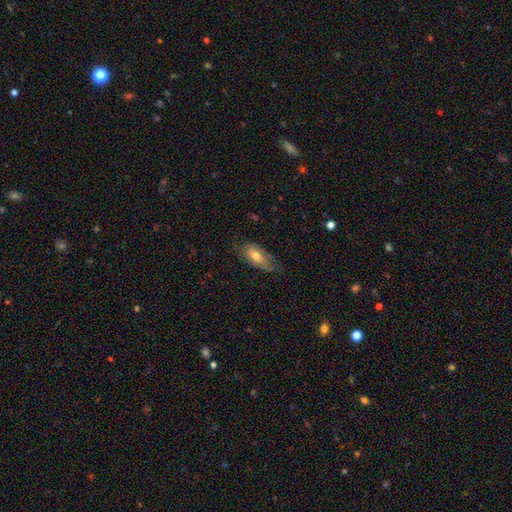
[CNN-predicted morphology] type=smooth (63%); roundness=in between (87%); merging=none (60%).